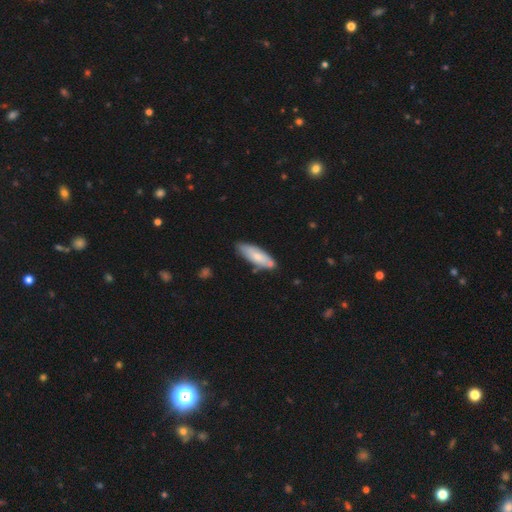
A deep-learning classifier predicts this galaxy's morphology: Overall: smooth (71%). How rounded: in between (54%; cigar-shaped 44%). Merging: none (72%).